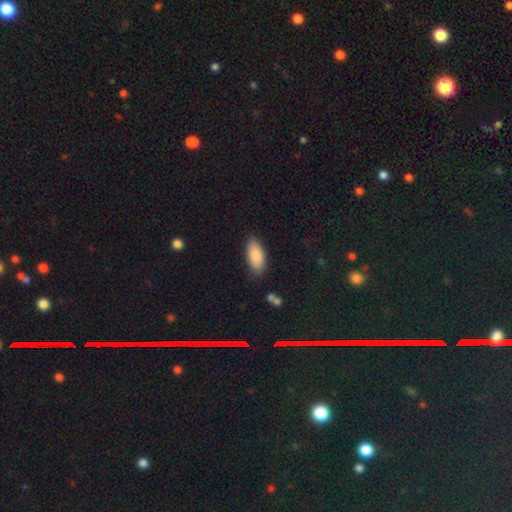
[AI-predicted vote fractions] The model was most divided on "merging": none: 82%, minor disturbance: 14%, major disturbance: 3%, merger: 2%. More confident: how rounded — in between (88%); smooth or featured — smooth (87%).